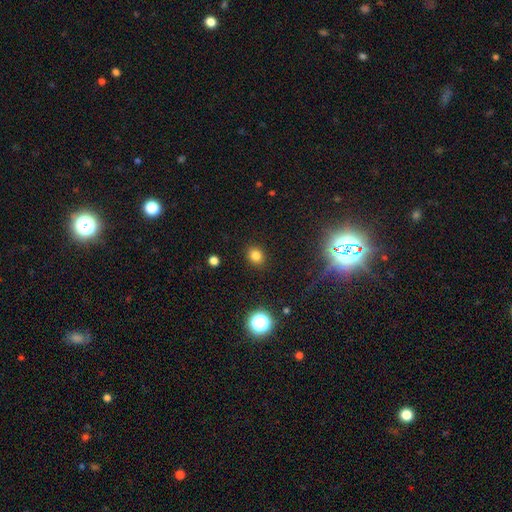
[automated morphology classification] smooth_or_featured: smooth (p=0.81) [alt: star or artifact p=0.14]
how_rounded: round (p=0.62) [alt: in between p=0.37]
merging: none (p=0.89) [alt: minor disturbance p=0.07]